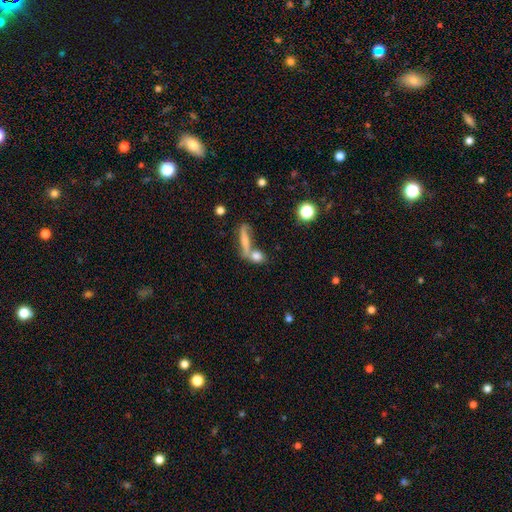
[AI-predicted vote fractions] Smooth or featured? smooth (51%)
How rounded? cigar-shaped (51%)
Merging? none (43%)